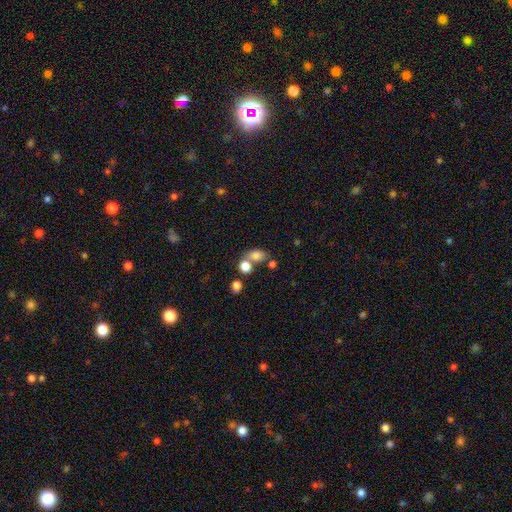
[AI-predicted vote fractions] This appears to be a smooth galaxy with no disk features (77%) that is in between round and cigar-shaped (63%). Merging: none (49%).